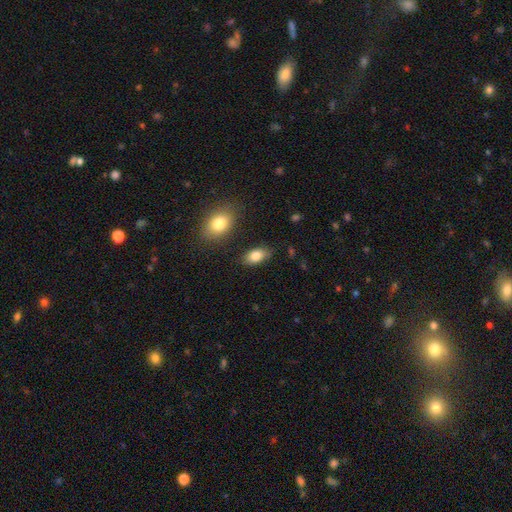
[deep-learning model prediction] Smooth or featured: smooth — 84% (featured or disk — 8%)
How rounded: in between — 91% (round — 6%)
Merging: none — 82% (minor disturbance — 12%)